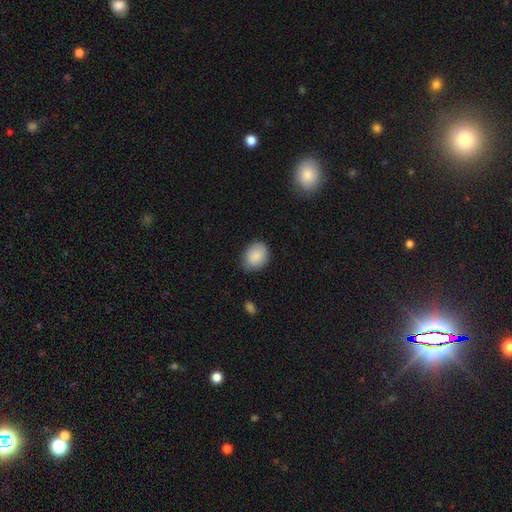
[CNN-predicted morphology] smooth_or_featured: smooth (p=0.88) [alt: star or artifact p=0.07]
how_rounded: in between (p=0.57) [alt: round p=0.42]
merging: none (p=0.75) [alt: minor disturbance p=0.20]